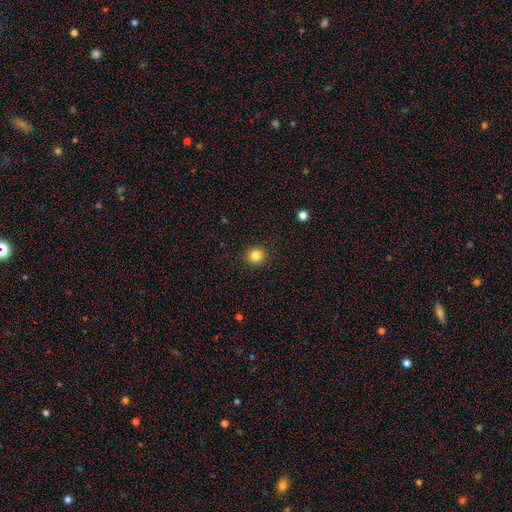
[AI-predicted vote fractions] Morphology: type=smooth (83%); roundness=round (92%); merging=none (91%).